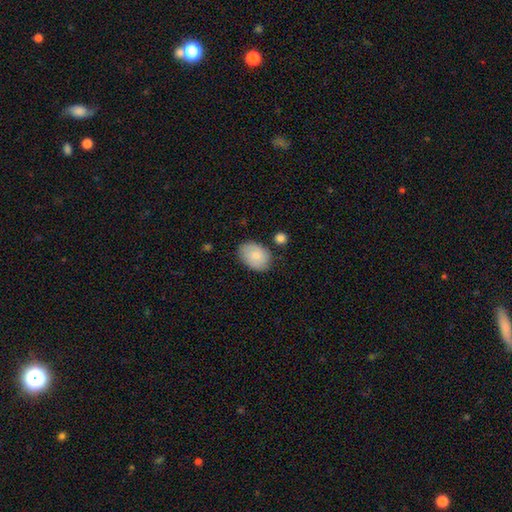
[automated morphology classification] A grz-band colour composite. It shows a smooth galaxy with no disk features (79%) that is in between round and cigar-shaped (81%). Merging: none (75%).